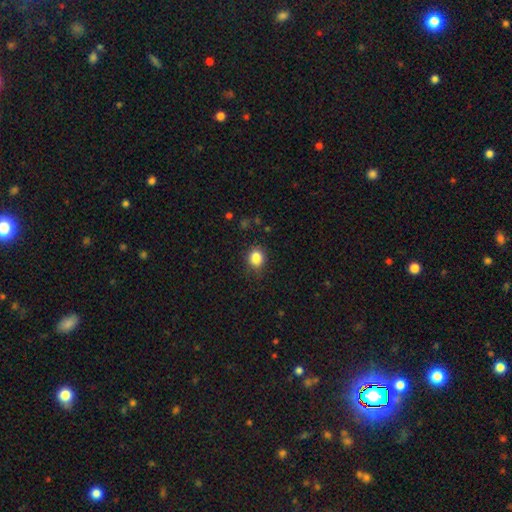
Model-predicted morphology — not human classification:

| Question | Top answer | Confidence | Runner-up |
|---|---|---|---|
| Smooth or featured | smooth | 85% | star or artifact (11%) |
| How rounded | round | 68% | in between (32%) |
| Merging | none | 78% | minor disturbance (17%) |